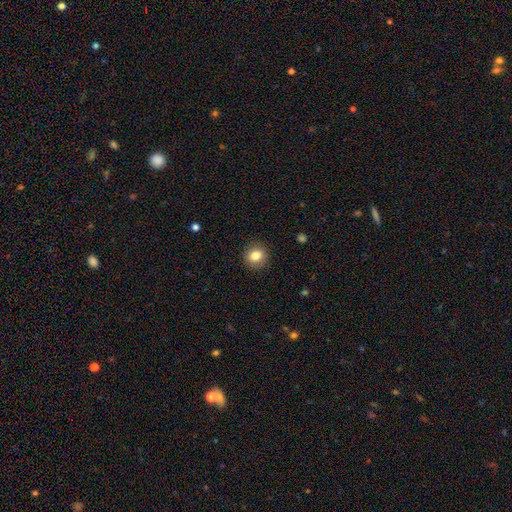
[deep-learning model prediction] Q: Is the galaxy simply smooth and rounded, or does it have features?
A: smooth — 83%.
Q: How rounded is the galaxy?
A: round — 83%.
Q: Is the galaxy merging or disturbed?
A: none — 90%.